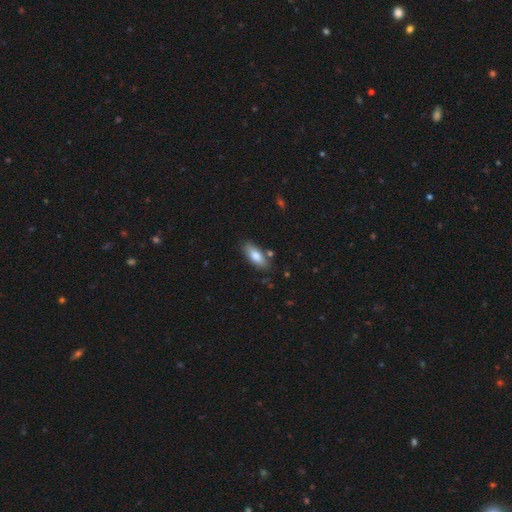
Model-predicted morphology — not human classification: This appears to be a smooth galaxy with no disk features (79%) that is in between round and cigar-shaped (76%). Merging: none (80%).